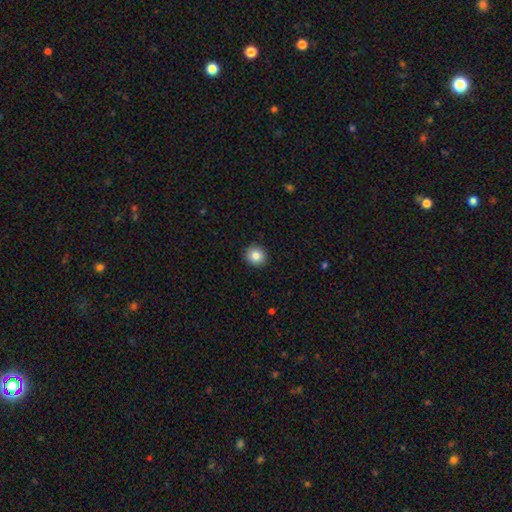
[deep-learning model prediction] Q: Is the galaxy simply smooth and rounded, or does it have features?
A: smooth — 84%.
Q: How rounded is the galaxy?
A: round — 91%.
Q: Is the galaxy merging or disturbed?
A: none — 92%.